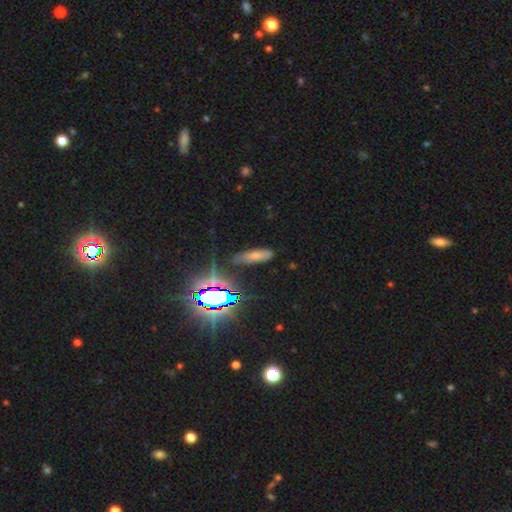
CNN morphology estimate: This appears to be a smooth galaxy with no disk features (60%) that is cigar-shaped (58%). Merging: none (70%).